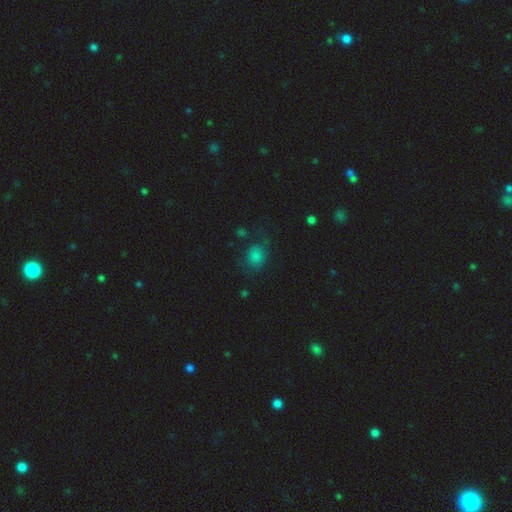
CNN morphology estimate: smooth_or_featured: smooth (p=0.71) [alt: star or artifact p=0.18]
how_rounded: round (p=0.58) [alt: in between p=0.41]
merging: none (p=0.63) [alt: minor disturbance p=0.22]